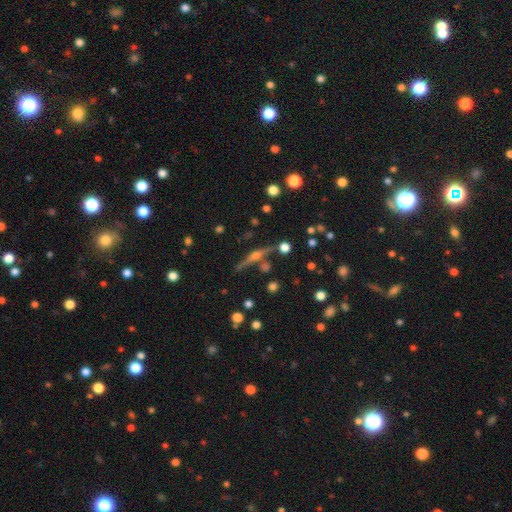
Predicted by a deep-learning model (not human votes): featured or disk 76%, smooth 14%, star or artifact 10%. Down the decision tree: edge-on disk — yes (97%); edge-on bulge — rounded (90%); merging — none (81%).